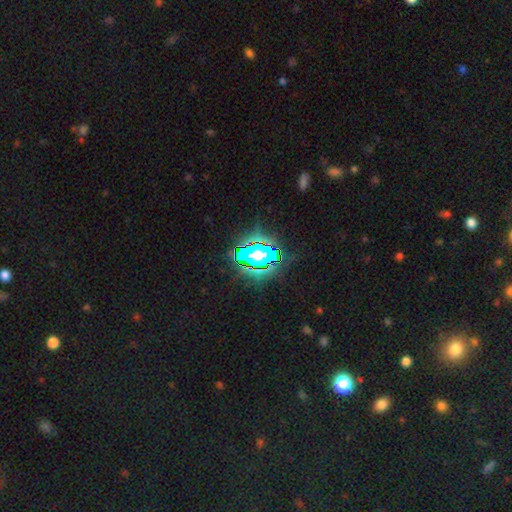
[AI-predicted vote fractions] The model was most divided on "smooth or featured": star or artifact: 77%, smooth: 14%, featured or disk: 9%.